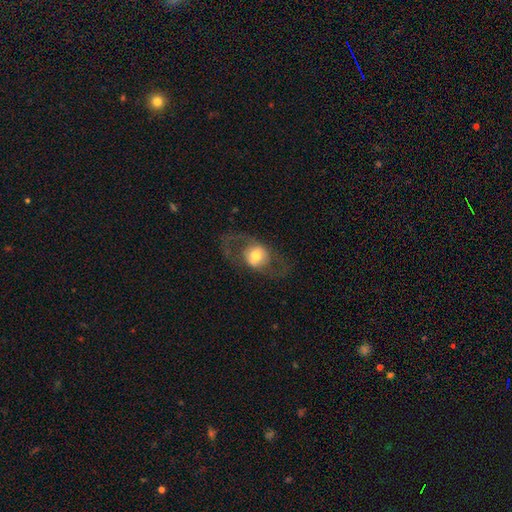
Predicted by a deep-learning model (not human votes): smooth-or-featured: featured or disk: 56% | smooth: 37% | star or artifact: 7%
  disk-edge-on: no: 90% | yes: 10%
    bar: no: 67% | weak: 24% | strong: 10%
    has-spiral-arms: yes: 51% | no: 49%
    bulge-size: moderate: 58% | large: 26% | small: 10% | dominant: 4% | none: 1%
  merging: none: 67% | major disturbance: 18% | minor disturbance: 14% | merger: 1%